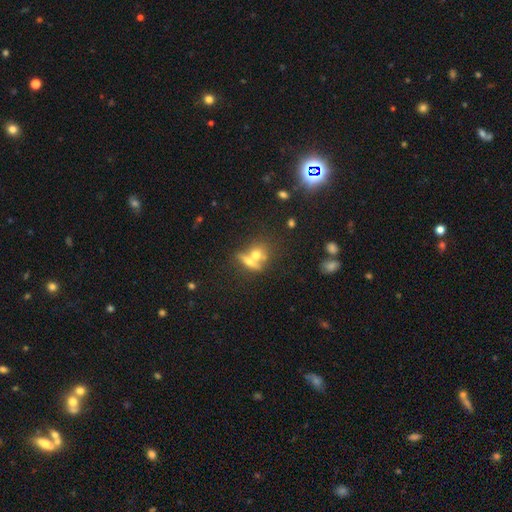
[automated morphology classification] type=smooth (49%); merging=merger (52%).